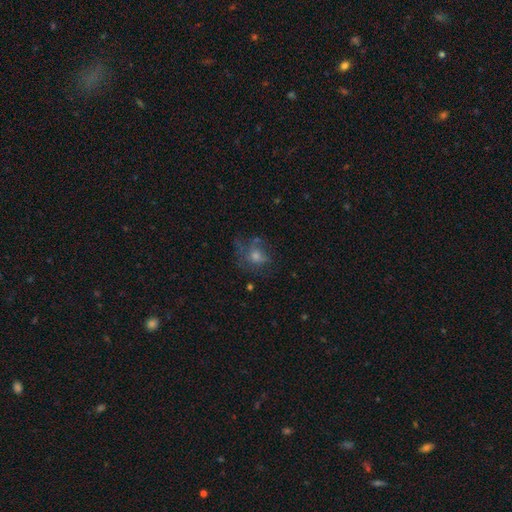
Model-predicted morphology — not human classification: smooth_or_featured: featured or disk (p=0.41) [alt: smooth p=0.37]
merging: none (p=0.51) [alt: major disturbance p=0.25]